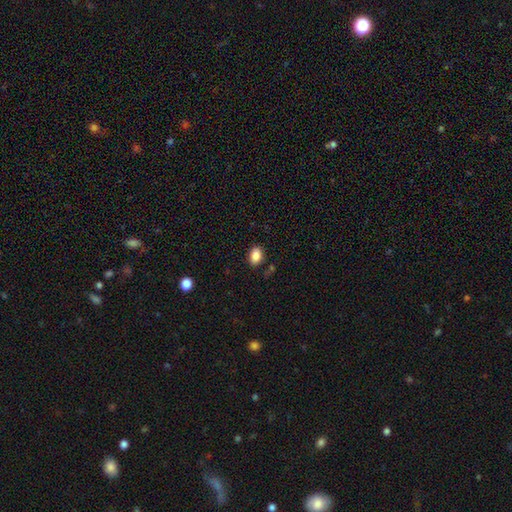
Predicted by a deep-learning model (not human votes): Q: Smooth or featured?
A: smooth (86%); runner-up: star or artifact (9%)
Q: How rounded?
A: in between (77%); runner-up: round (22%)
Q: Merging?
A: none (84%); runner-up: minor disturbance (10%)